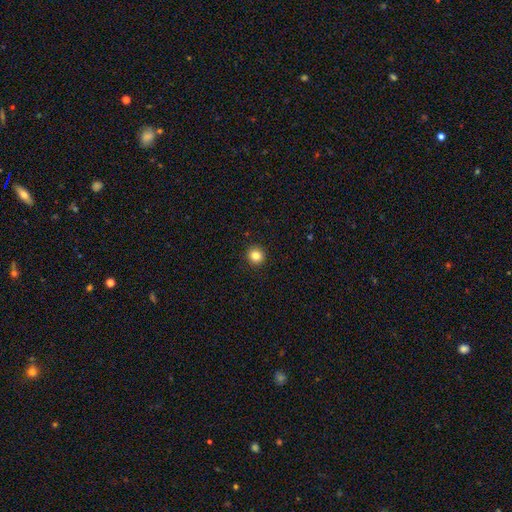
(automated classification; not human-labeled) Q: Smooth or featured?
A: smooth (83%); runner-up: star or artifact (11%)
Q: How rounded?
A: round (93%); runner-up: in between (6%)
Q: Merging?
A: none (93%); runner-up: minor disturbance (5%)